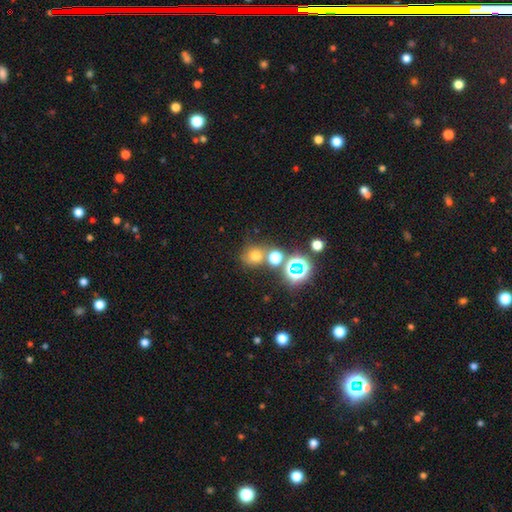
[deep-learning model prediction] Smooth or featured? Predicted: smooth (p=0.63). How rounded? Predicted: round (p=0.81). Merging? Predicted: none (p=0.63).